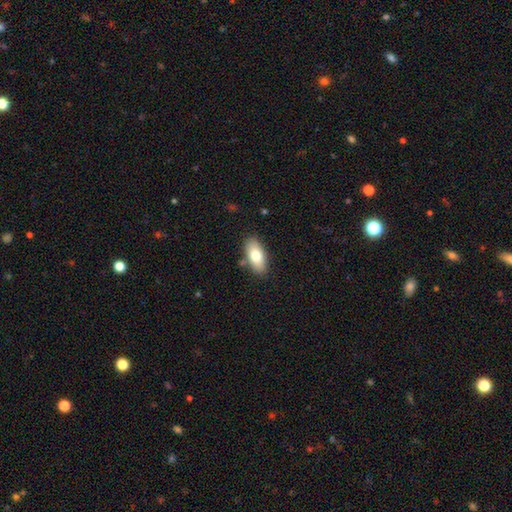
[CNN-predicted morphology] Overall: smooth (76%). How rounded: in between (90%). Merging: none (84%).